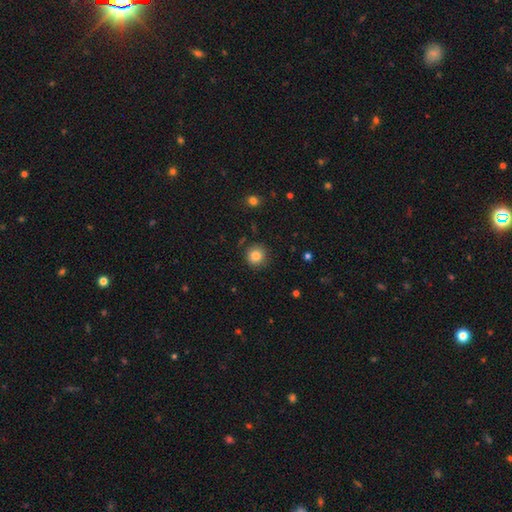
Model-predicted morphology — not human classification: Smooth or featured? smooth (83%)
How rounded? round (93%)
Merging? none (88%)